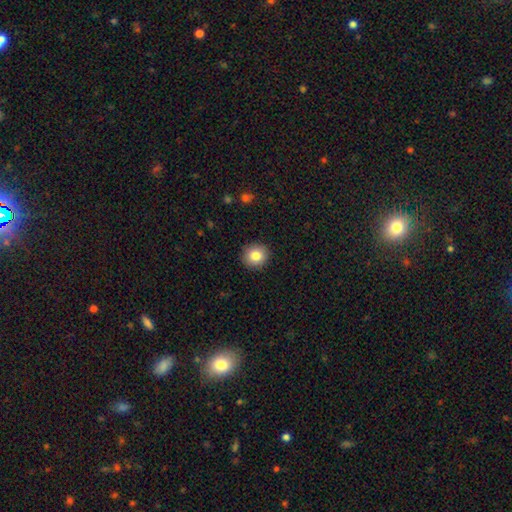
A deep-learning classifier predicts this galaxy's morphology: Smooth or featured? Predicted: smooth (p=0.83). How rounded? Predicted: round (p=0.89). Merging? Predicted: none (p=0.91).